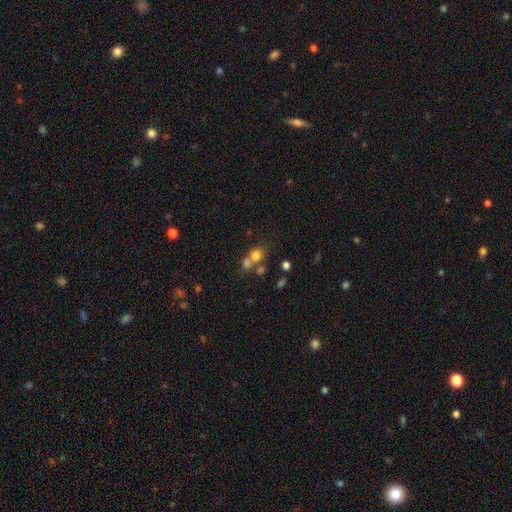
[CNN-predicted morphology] This is likely a smooth galaxy (73%). How rounded: likely round (74%). Merging: possibly merger (46%).